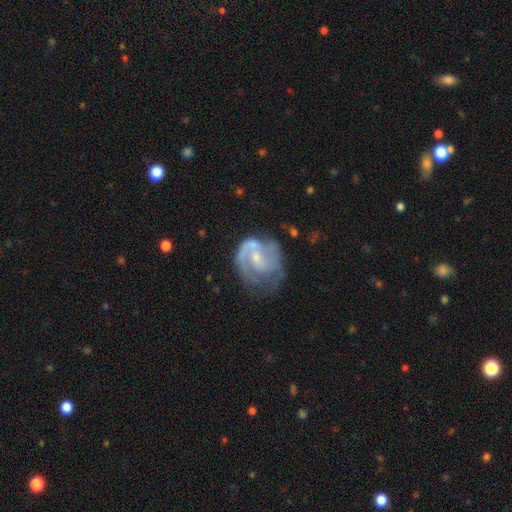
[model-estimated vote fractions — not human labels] smooth_or_featured: featured or disk (p=0.75) [alt: smooth p=0.18]
disk_edge_on: no (p=0.98) [alt: yes p=0.02]
bar: no (p=0.49) [alt: weak p=0.42]
has_spiral_arms: yes (p=0.85) [alt: no p=0.15]
spiral_winding: medium (p=0.43) [alt: tight p=0.34]
spiral_arm_count: 2 (p=0.48) [alt: 1 p=0.25]
bulge_size: small (p=0.59) [alt: moderate p=0.29]
merging: none (p=0.44) [alt: major disturbance p=0.26]